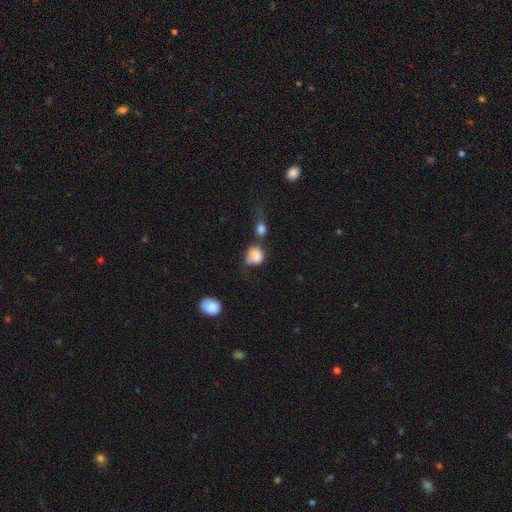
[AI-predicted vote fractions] smooth 80%, featured or disk 12%, star or artifact 8%. Down the decision tree: how rounded — round (68%); merging — merger (31%).